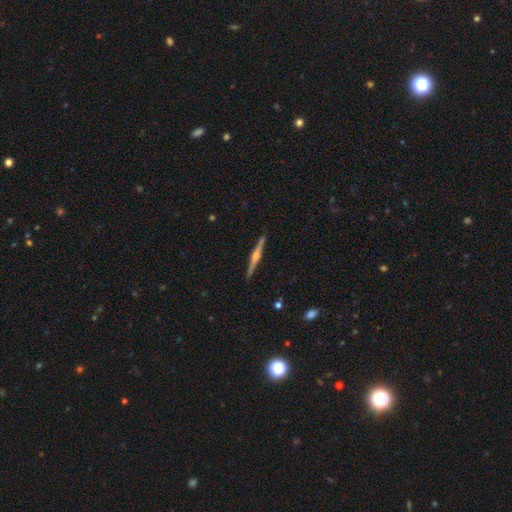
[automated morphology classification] Overall: featured or disk (80%). Edge-on disk: yes (98%). Edge-on bulge: rounded (82%). Merging: none (91%).